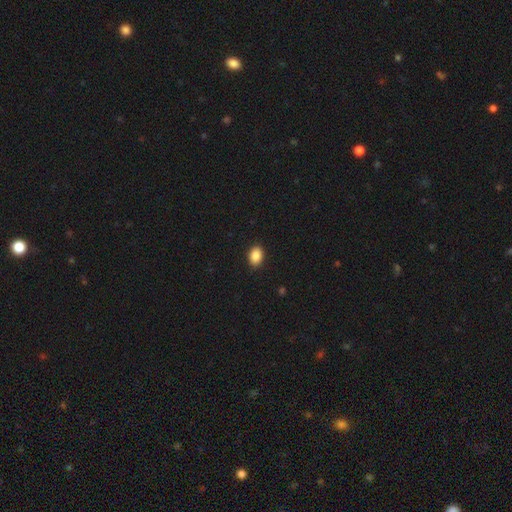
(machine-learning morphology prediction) smooth-or-featured: smooth: 89% | star or artifact: 8% | featured or disk: 3%
  how-rounded: in between: 76% | round: 23% | cigar-shaped: 1%
  merging: none: 90% | minor disturbance: 7% | major disturbance: 2% | merger: 1%